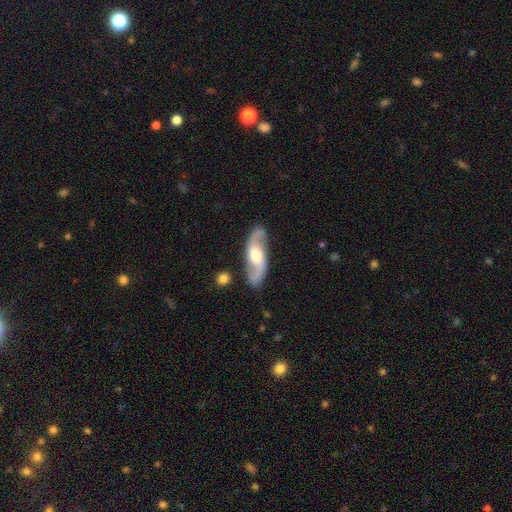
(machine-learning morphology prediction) Smooth or featured?
  - featured or disk: 81% *
  - smooth: 14%
  - star or artifact: 5%
Edge-on disk?
  - no: 89% *
  - yes: 11%
Bar?
  - no: 45% *
  - weak: 42%
  - strong: 13%
Spiral arms?
  - yes: 94% *
  - no: 6%
Spiral winding?
  - loose: 52% *
  - medium: 38%
  - tight: 10%
Spiral arm count?
  - 2: 93% *
  - can't tell: 3%
  - 1: 1%
  - 3: 1%
  - 4: 1%
  - more than 4: 1%
Bulge size?
  - moderate: 59% *
  - large: 24%
  - small: 12%
  - none: 3%
  - dominant: 2%
Merging?
  - none: 83% *
  - minor disturbance: 11%
  - major disturbance: 3%
  - merger: 2%